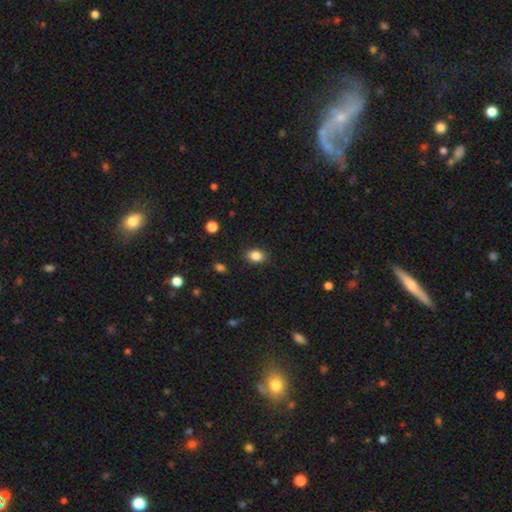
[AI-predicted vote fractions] Morphology: type=smooth (85%); roundness=in between (62%); merging=none (86%).